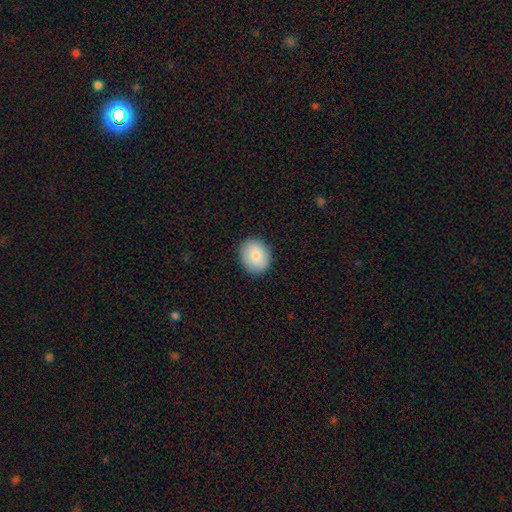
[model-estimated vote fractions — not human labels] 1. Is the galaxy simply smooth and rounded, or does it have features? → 82% smooth, 11% featured or disk, 7% star or artifact.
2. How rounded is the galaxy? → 66% round, 33% in between, 1% cigar-shaped.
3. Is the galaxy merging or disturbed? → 89% none, 8% minor disturbance, 2% major disturbance, 1% merger.